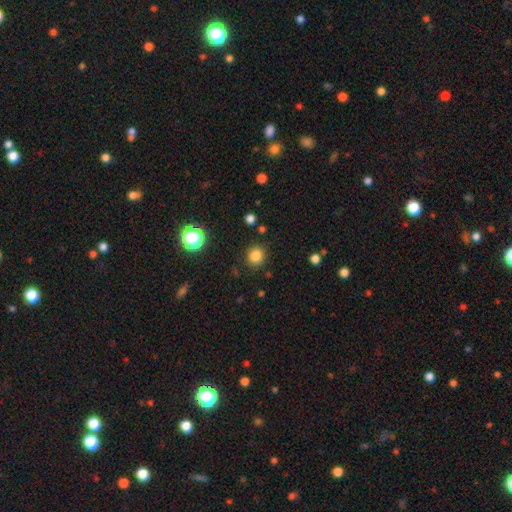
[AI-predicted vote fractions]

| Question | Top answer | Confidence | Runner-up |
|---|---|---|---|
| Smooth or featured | smooth | 83% | star or artifact (13%) |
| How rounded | round | 88% | in between (11%) |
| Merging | none | 89% | minor disturbance (7%) |